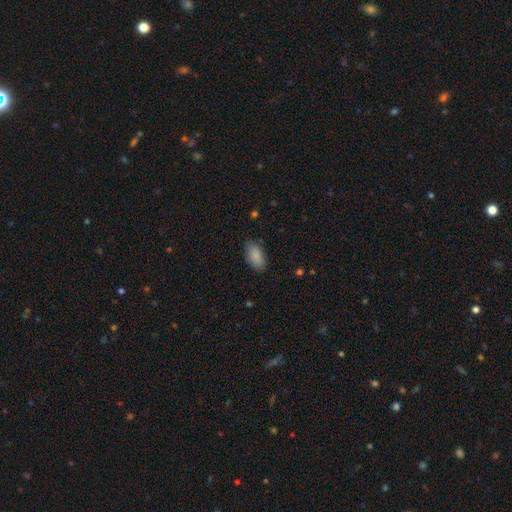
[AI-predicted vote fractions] Smooth or featured? Predicted: smooth (p=0.88). How rounded? Predicted: in between (p=0.92). Merging? Predicted: none (p=0.84).